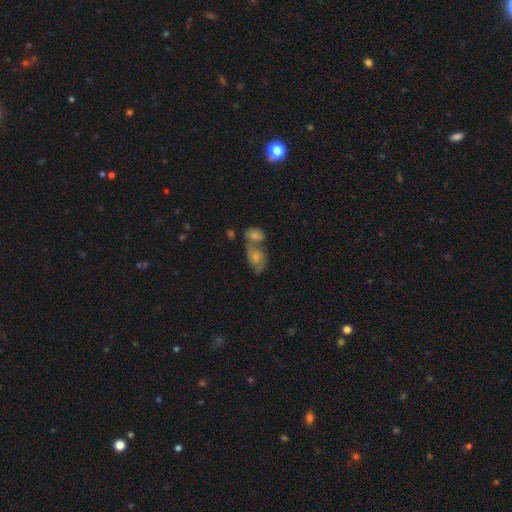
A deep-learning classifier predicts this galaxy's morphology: Smooth or featured: featured or disk — 63% (smooth — 26%)
Edge-on disk: no — 96% (yes — 4%)
Bar: no — 69% (weak — 27%)
Spiral arms: yes — 87% (no — 13%)
Spiral winding: medium — 50% (tight — 27%)
Spiral arm count: 2 — 77% (can't tell — 11%)
Bulge size: moderate — 47% (small — 38%)
Merging: merger — 53% (none — 30%)